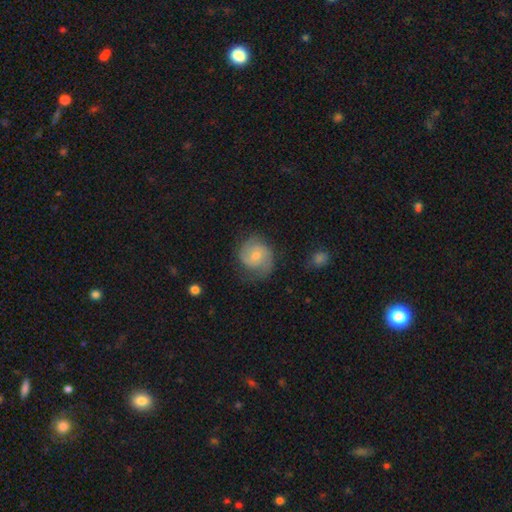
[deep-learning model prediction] Smooth or featured: featured or disk — 63% (smooth — 30%)
Edge-on disk: no — 98% (yes — 2%)
Bar: no — 56% (weak — 39%)
Spiral arms: yes — 91% (no — 9%)
Spiral winding: medium — 43% (tight — 39%)
Spiral arm count: 2 — 66% (can't tell — 15%)
Bulge size: small — 50% (moderate — 44%)
Merging: none — 62% (minor disturbance — 23%)